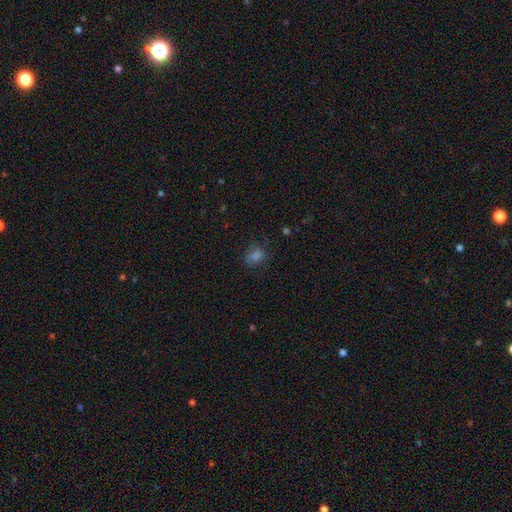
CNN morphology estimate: Smooth or featured? smooth (68%)
How rounded? in between (61%)
Merging? none (73%)